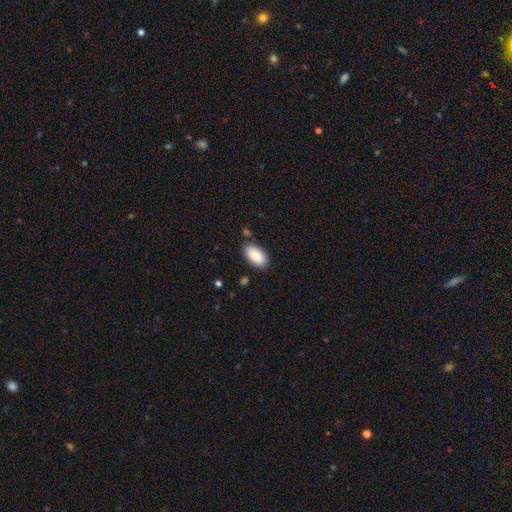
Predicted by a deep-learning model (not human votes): Overall: smooth (88%). How rounded: in between (94%). Merging: none (85%).